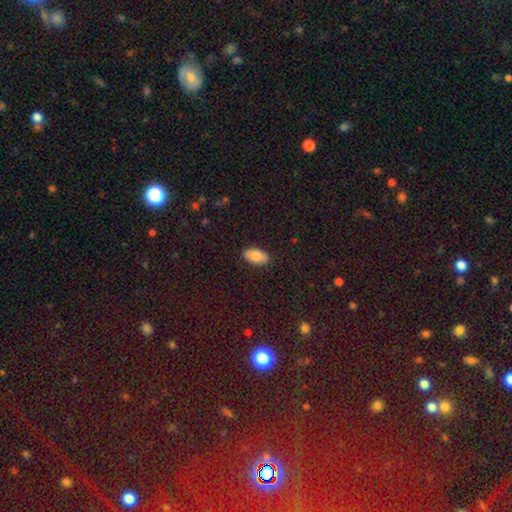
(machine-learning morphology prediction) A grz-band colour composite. It shows a smooth galaxy with no disk features (81%) that is in between round and cigar-shaped (94%). Merging: none (88%).